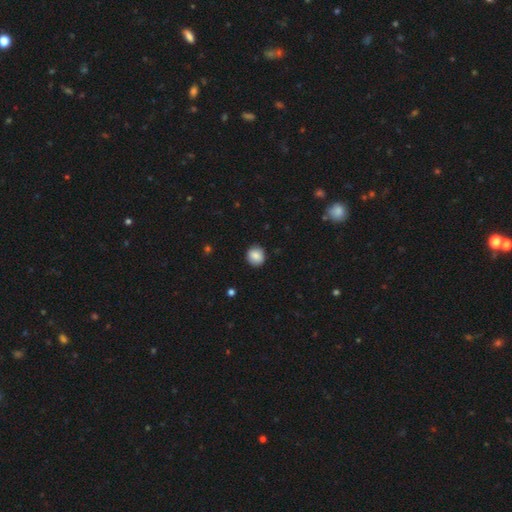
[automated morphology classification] The model was most divided on "how rounded": round: 87%, in between: 12%, cigar-shaped: 1%. More confident: merging — none (90%); smooth or featured — smooth (86%).